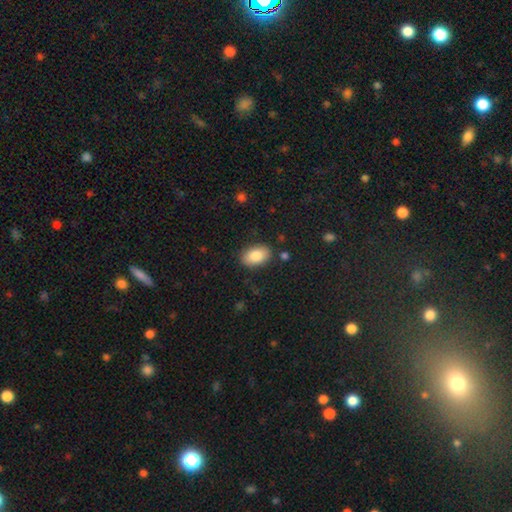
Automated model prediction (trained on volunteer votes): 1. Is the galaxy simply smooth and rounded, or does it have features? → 84% smooth, 9% featured or disk, 7% star or artifact.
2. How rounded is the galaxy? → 91% in between, 8% round, 1% cigar-shaped.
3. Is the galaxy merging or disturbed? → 86% none, 10% minor disturbance, 2% major disturbance, 2% merger.